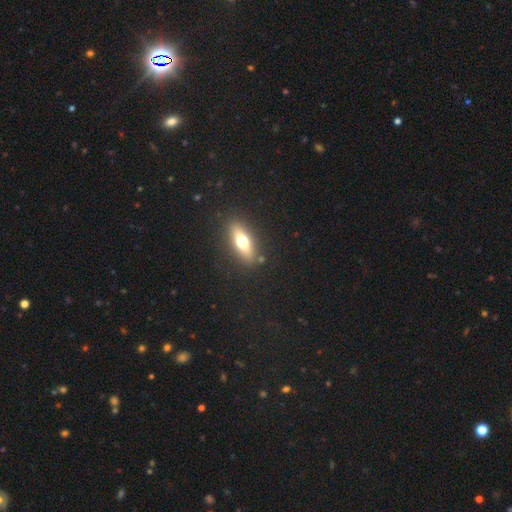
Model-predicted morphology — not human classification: A smooth galaxy with no disk features (47%). Merging: none (85%).